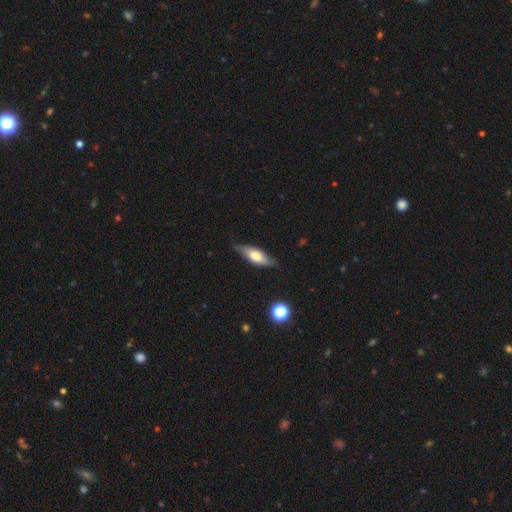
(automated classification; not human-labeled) A smooth galaxy with no disk features (56%) that is in between round and cigar-shaped (65%).

Vote fractions:
- Smooth or featured? smooth: 56% / featured or disk: 38% / star or artifact: 6%
- How rounded? in between: 65% / cigar-shaped: 33% / round: 3%
- Merging? none: 75% / minor disturbance: 20% / major disturbance: 3% / merger: 1%